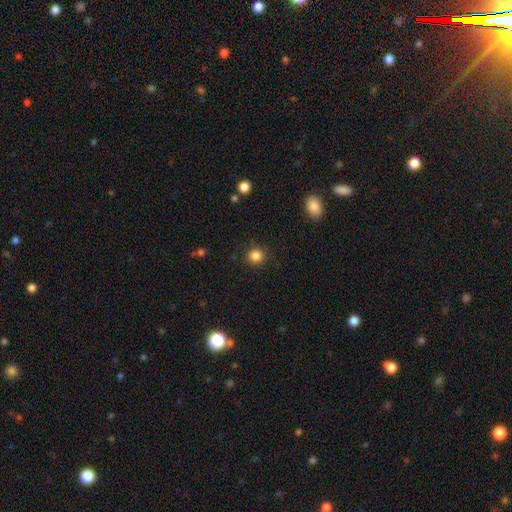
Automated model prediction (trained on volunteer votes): Overall: smooth (85%). How rounded: round (92%). Merging: none (88%).